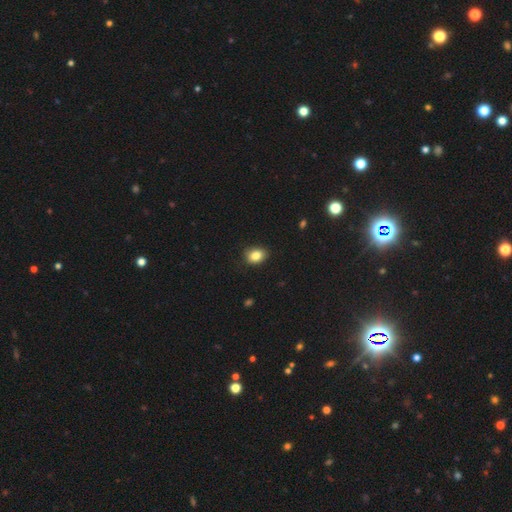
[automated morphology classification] Smooth or featured? Predicted: smooth (p=0.85). How rounded? Predicted: in between (p=0.68). Merging? Predicted: none (p=0.84).